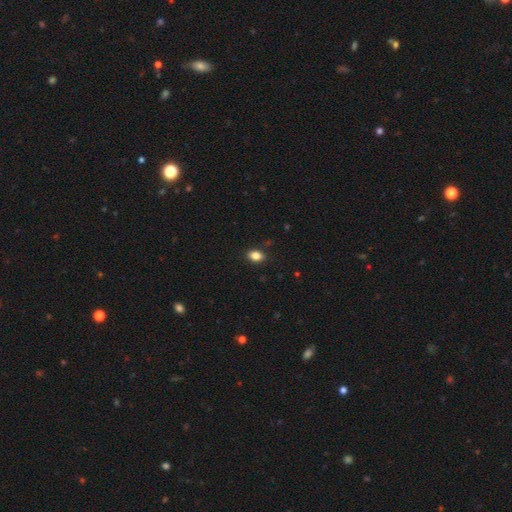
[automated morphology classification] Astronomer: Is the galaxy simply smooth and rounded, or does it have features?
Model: smooth — 85%.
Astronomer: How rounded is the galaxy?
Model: in between — 80%.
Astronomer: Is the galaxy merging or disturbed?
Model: none — 87%.